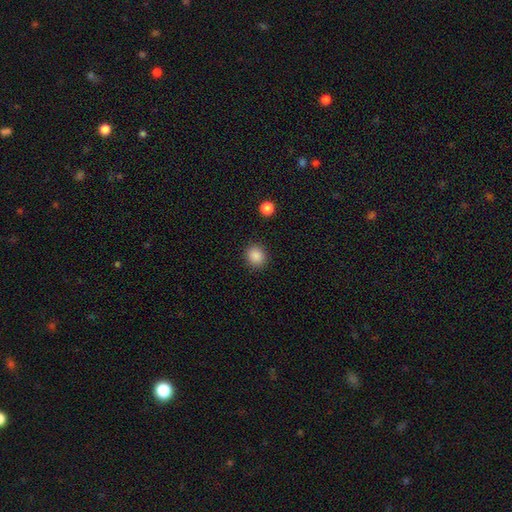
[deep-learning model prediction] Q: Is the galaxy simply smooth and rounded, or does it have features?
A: smooth — 87%.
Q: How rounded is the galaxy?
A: round — 79%.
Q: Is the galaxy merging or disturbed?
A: none — 89%.